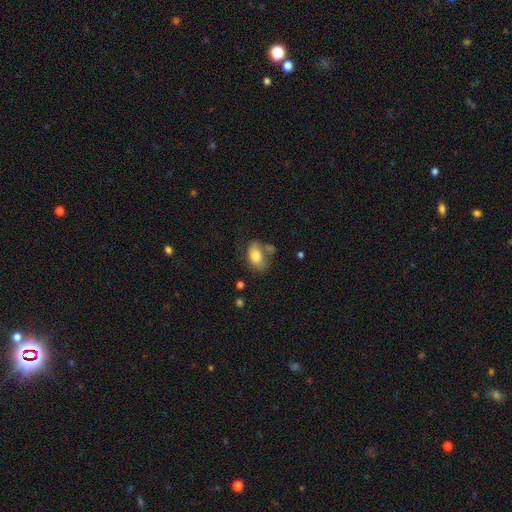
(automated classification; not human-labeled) This appears to be a smooth galaxy with no disk features (76%) that is in between round and cigar-shaped (87%). Merging: none (43%).